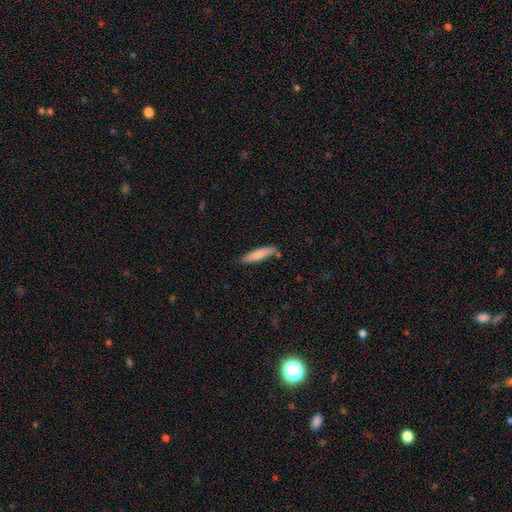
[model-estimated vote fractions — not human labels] Q: Smooth or featured?
A: smooth (67%); runner-up: featured or disk (24%)
Q: How rounded?
A: cigar-shaped (83%); runner-up: in between (15%)
Q: Merging?
A: none (79%); runner-up: minor disturbance (16%)